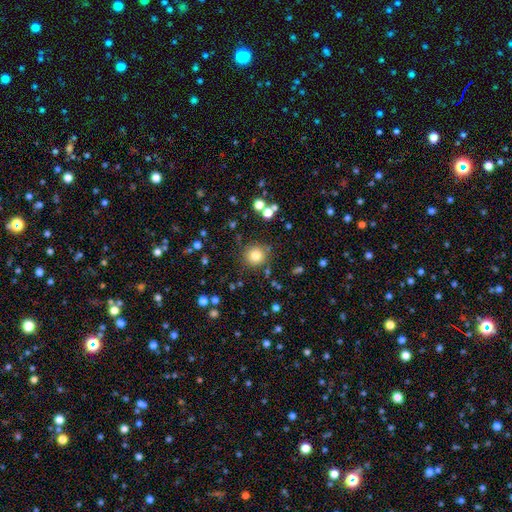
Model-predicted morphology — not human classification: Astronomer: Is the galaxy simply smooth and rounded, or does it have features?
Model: smooth — 80%.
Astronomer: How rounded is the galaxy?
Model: round — 94%.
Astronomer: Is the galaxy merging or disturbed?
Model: none — 84%.